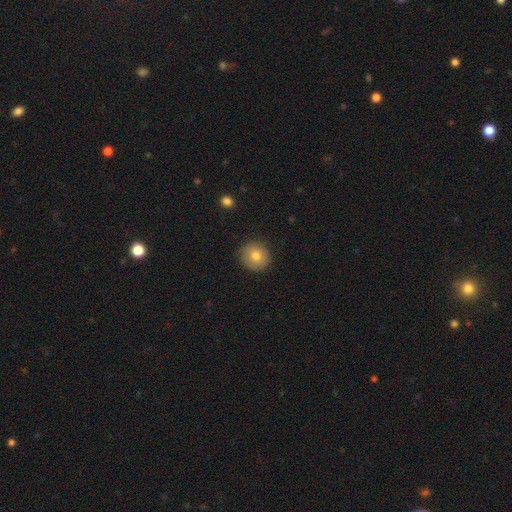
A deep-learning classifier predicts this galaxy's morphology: smooth-or-featured: smooth: 77% | featured or disk: 14% | star or artifact: 9%
  how-rounded: round: 91% | in between: 8% | cigar-shaped: 1%
  merging: none: 88% | minor disturbance: 9% | major disturbance: 2% | merger: 1%